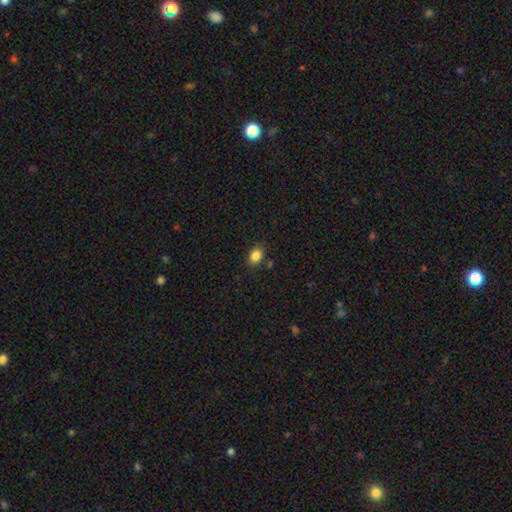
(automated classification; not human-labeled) smooth_or_featured: smooth (p=0.85) [alt: star or artifact p=0.10]
how_rounded: in between (p=0.68) [alt: round p=0.31]
merging: none (p=0.84) [alt: minor disturbance p=0.11]